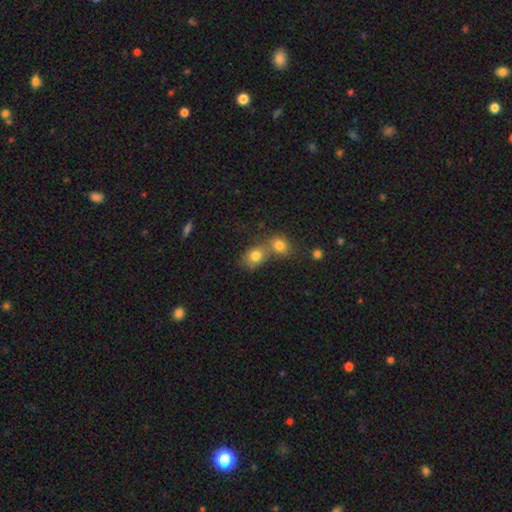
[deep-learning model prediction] This appears to be a smooth galaxy with no disk features (79%) that is round (52%). Merging: merger (52%).